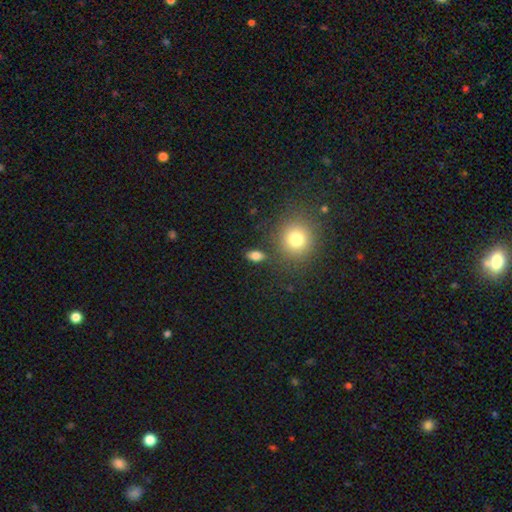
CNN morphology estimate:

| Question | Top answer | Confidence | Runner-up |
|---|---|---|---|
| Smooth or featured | smooth | 81% | star or artifact (11%) |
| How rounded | in between | 81% | round (15%) |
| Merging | none | 83% | minor disturbance (9%) |